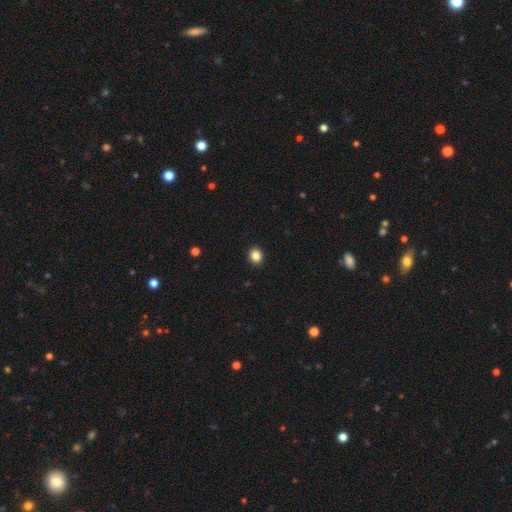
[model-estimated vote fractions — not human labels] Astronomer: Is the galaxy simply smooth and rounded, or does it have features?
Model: smooth — 86%.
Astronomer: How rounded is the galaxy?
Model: round — 68%.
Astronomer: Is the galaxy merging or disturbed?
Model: none — 92%.